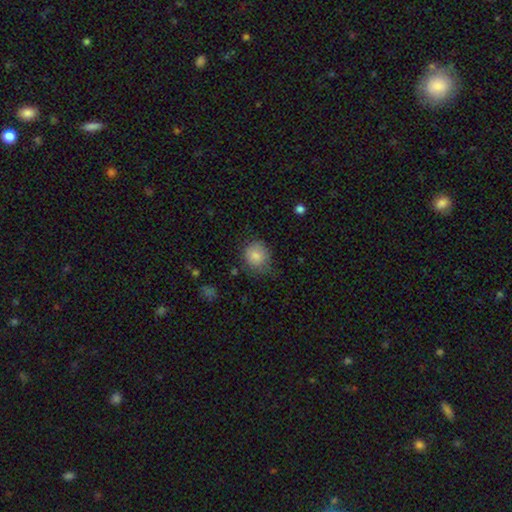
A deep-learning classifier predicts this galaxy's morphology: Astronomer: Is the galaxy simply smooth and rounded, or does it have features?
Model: smooth — 84%.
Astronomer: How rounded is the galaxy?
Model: round — 79%.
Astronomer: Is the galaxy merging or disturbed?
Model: none — 61%.